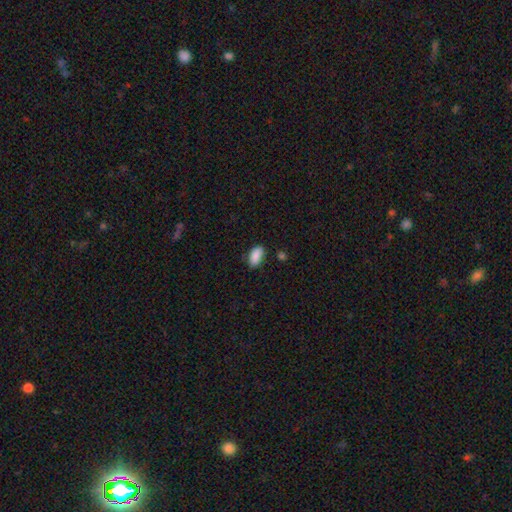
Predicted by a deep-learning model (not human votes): Smooth or featured?
  - smooth: 88% *
  - star or artifact: 7%
  - featured or disk: 5%
How rounded?
  - in between: 93% *
  - round: 4%
  - cigar-shaped: 4%
Merging?
  - none: 79% *
  - minor disturbance: 15%
  - major disturbance: 3%
  - merger: 3%